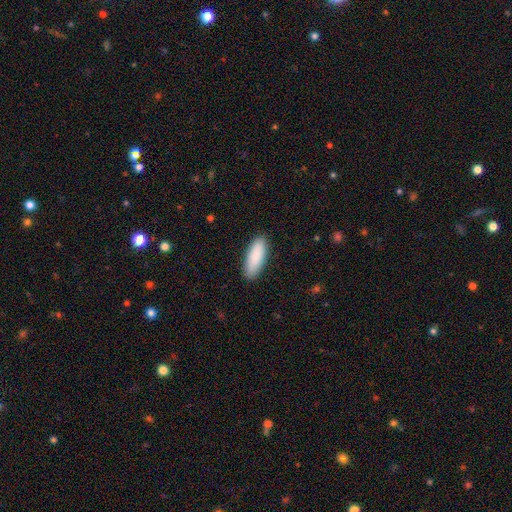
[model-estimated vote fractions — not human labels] smooth 89%, star or artifact 6%, featured or disk 5%. Down the decision tree: how rounded — in between (65%); merging — none (89%).